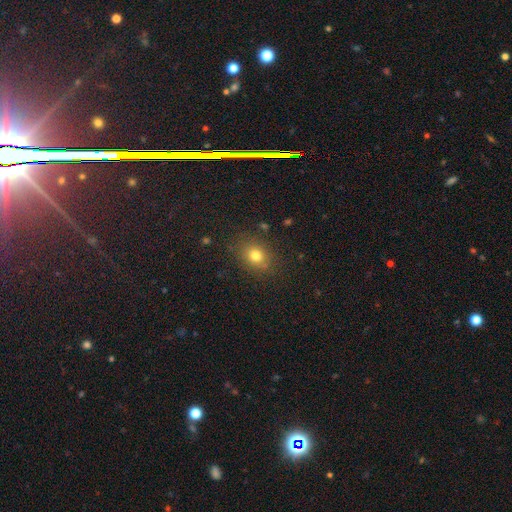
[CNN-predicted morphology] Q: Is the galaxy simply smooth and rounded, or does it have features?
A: smooth — 77%.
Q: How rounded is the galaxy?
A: round — 53%.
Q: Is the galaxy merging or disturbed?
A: none — 84%.